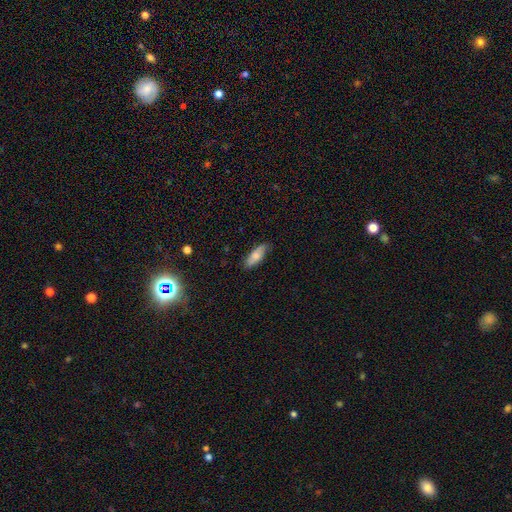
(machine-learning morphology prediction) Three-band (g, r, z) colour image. It shows a smooth galaxy with no disk features (74%) that is in between round and cigar-shaped (64%). Merging: none (80%).